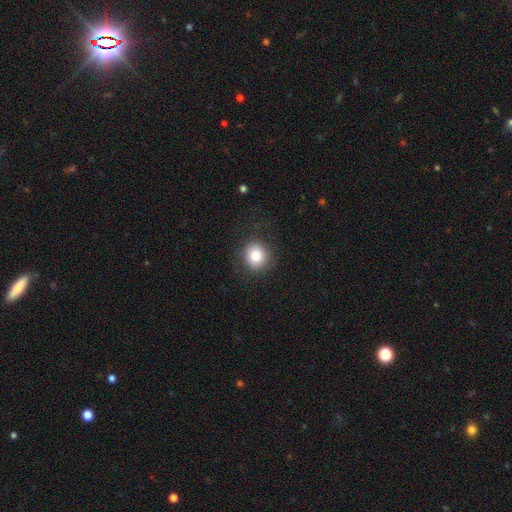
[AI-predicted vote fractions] smooth 81%, star or artifact 10%, featured or disk 9%. Down the decision tree: how rounded — round (86%); merging — none (84%).